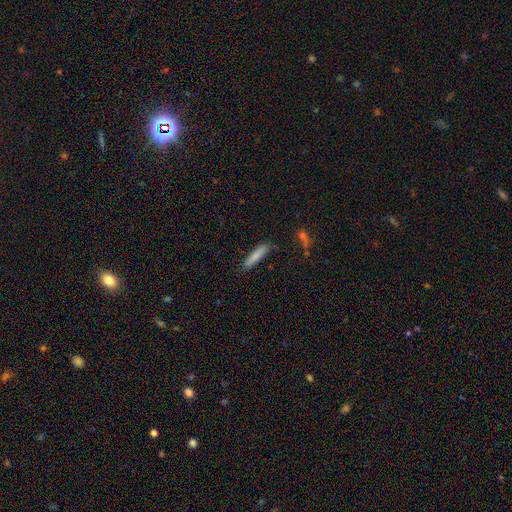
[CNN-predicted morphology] Smooth or featured? smooth (80%)
How rounded? cigar-shaped (89%)
Merging? none (84%)